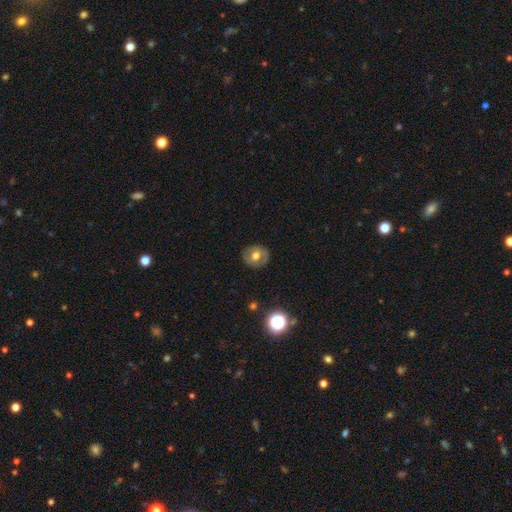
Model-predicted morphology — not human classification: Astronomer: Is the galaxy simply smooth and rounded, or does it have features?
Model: smooth — 52% (runner-up: featured or disk, 39%).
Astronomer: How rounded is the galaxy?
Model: round — 77%.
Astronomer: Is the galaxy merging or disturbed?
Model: none — 84%.